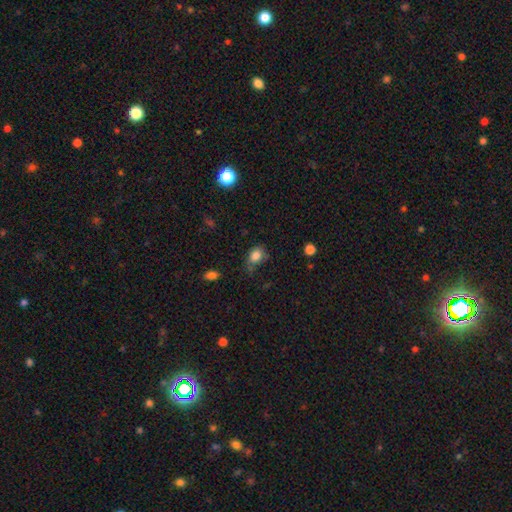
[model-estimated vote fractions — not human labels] This appears to be a smooth galaxy with no disk features (82%) that is in between round and cigar-shaped (59%). Merging: none (52%).